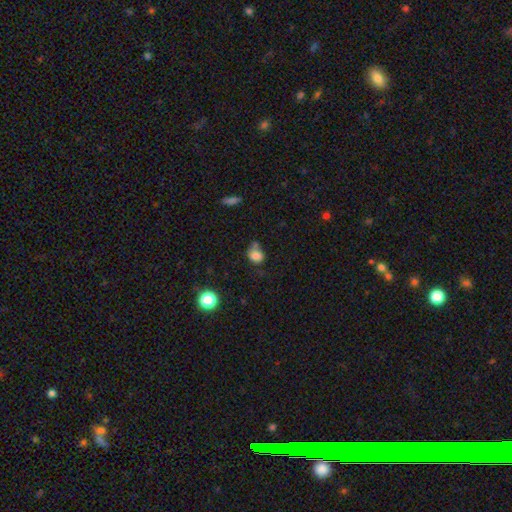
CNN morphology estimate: Q: Smooth or featured?
A: smooth (78%); runner-up: star or artifact (12%)
Q: How rounded?
A: round (57%); runner-up: in between (41%)
Q: Merging?
A: none (40%); runner-up: minor disturbance (27%)